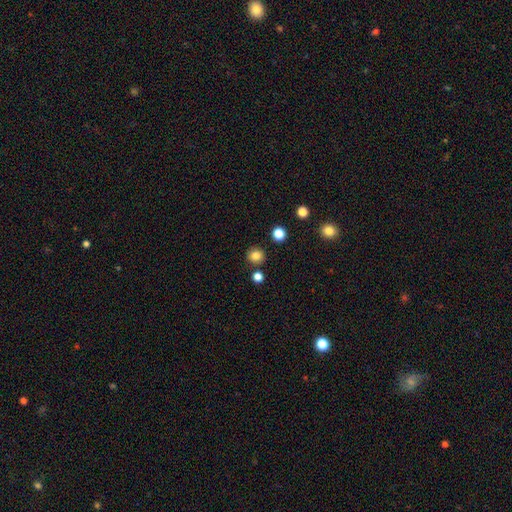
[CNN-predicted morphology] A smooth galaxy with no disk features (82%) that is round (91%).

Vote fractions:
- Smooth or featured? smooth: 82% / star or artifact: 12% / featured or disk: 6%
- How rounded? round: 91% / in between: 8% / cigar-shaped: 1%
- Merging? none: 88% / minor disturbance: 6% / merger: 4% / major disturbance: 2%